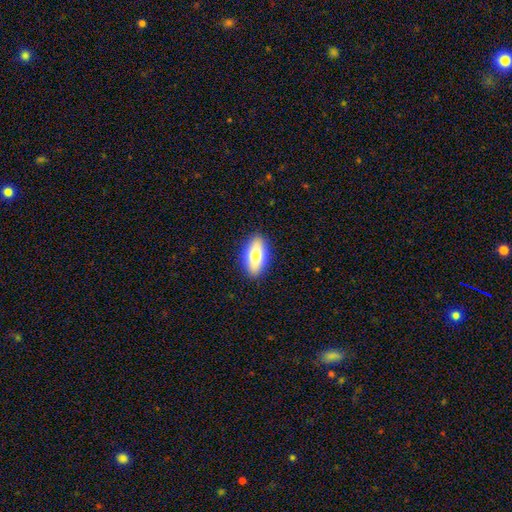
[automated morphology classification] This appears to be a smooth galaxy with no disk features (75%) that is in between round and cigar-shaped (89%). Merging: none (89%).